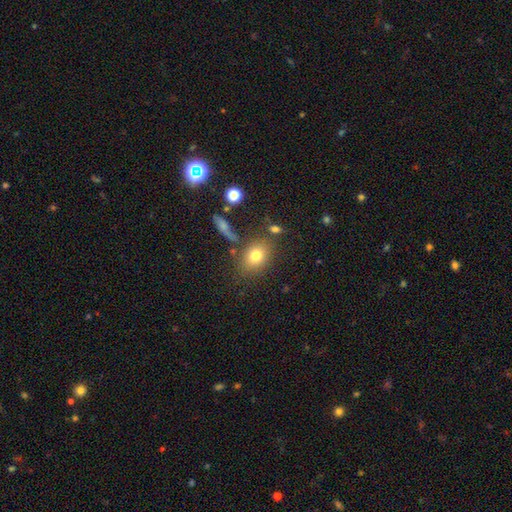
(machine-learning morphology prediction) Smooth or featured: smooth — 75% (featured or disk — 13%)
How rounded: in between — 59% (round — 39%)
Merging: none — 73% (minor disturbance — 13%)